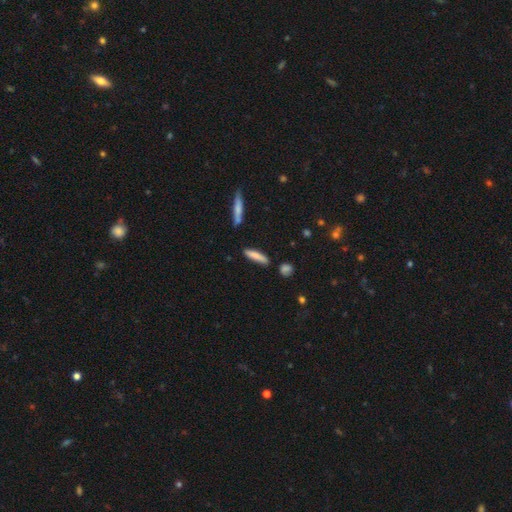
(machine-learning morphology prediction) This is clearly a smooth galaxy (80%). How rounded: clearly cigar-shaped (84%). Merging: clearly none (81%).